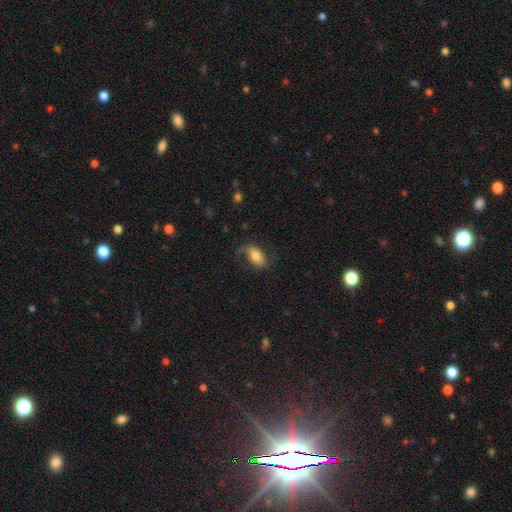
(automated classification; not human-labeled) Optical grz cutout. It shows a smooth galaxy with no disk features (59%) that is in between round and cigar-shaped (91%). Merging: none (62%).